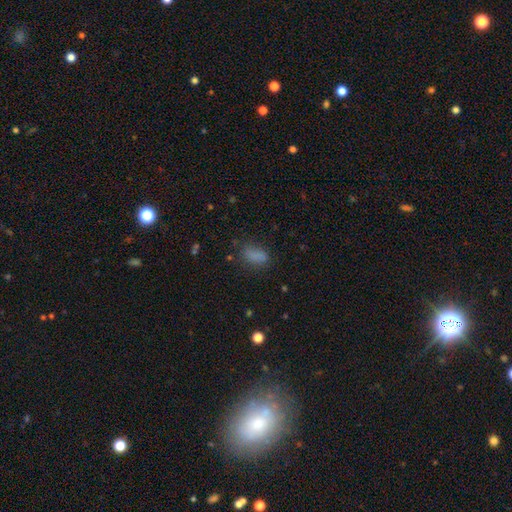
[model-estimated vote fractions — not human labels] smooth-or-featured: smooth: 81% | star or artifact: 13% | featured or disk: 7%
  how-rounded: in between: 83% | cigar-shaped: 11% | round: 7%
  merging: none: 67% | minor disturbance: 21% | major disturbance: 9% | merger: 3%